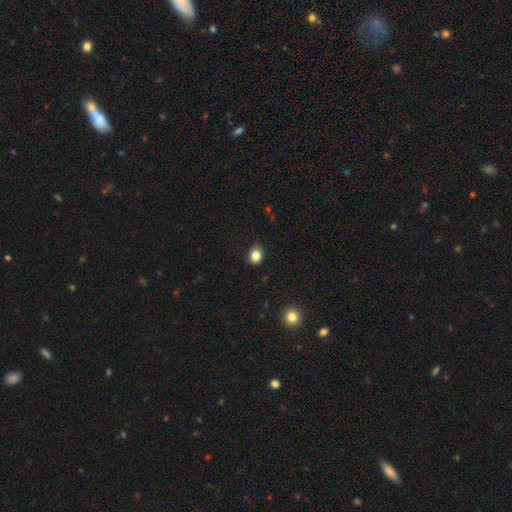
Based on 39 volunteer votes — smooth_or_featured: smooth (p=0.92) [alt: featured or disk p=0.05]
how_rounded: round (p=0.61) [alt: in between p=0.39]
merging: none (p=0.58) [alt: minor disturbance p=0.39]